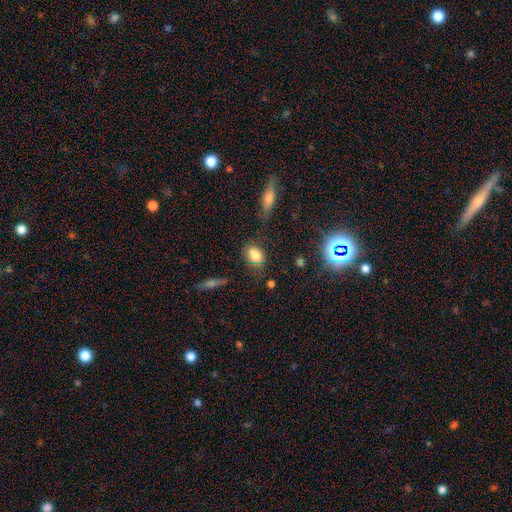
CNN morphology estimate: A smooth galaxy with no disk features (78%) that is in between round and cigar-shaped (75%). Merging: none (63%).